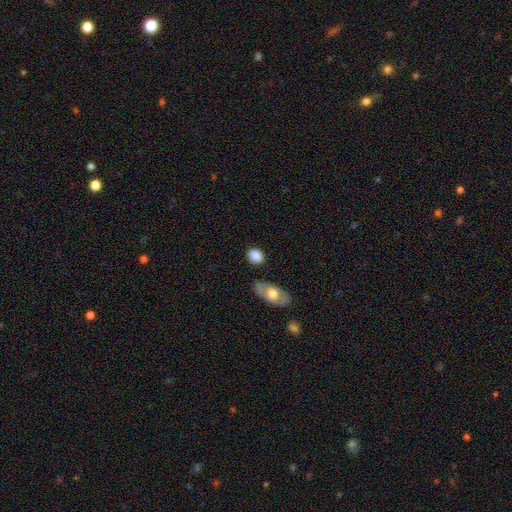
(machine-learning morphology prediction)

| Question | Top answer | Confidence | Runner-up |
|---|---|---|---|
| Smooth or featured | smooth | 82% | featured or disk (11%) |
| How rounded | in between | 57% | round (40%) |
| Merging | none | 79% | minor disturbance (13%) |